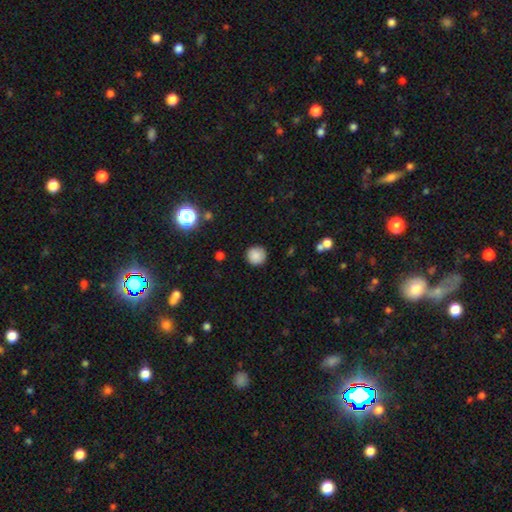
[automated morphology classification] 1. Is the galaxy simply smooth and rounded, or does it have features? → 86% smooth, 10% star or artifact, 4% featured or disk.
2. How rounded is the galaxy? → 94% round, 5% in between, 1% cigar-shaped.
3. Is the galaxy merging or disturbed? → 89% none, 7% minor disturbance, 2% major disturbance, 1% merger.